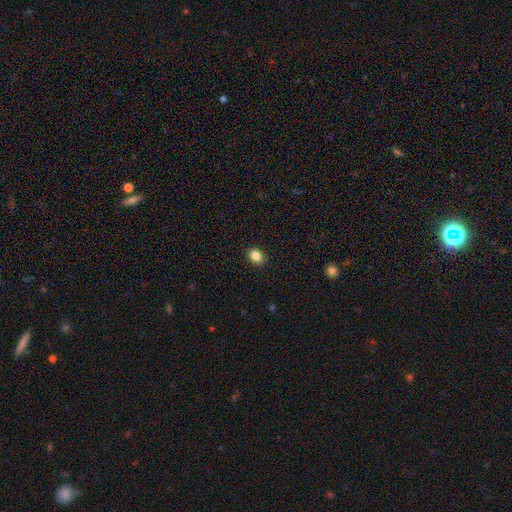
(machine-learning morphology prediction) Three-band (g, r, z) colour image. It shows a smooth galaxy with no disk features (85%) that is in between round and cigar-shaped (58%). Merging: none (90%).